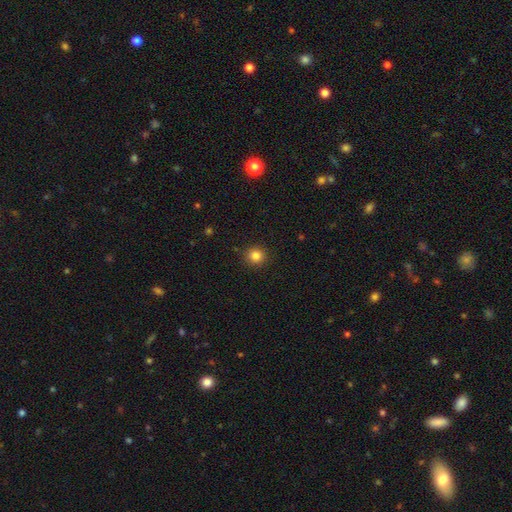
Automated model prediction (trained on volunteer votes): A smooth galaxy with no disk features (84%) that is round (92%).

Vote fractions:
- Smooth or featured? smooth: 84% / star or artifact: 12% / featured or disk: 5%
- How rounded? round: 92% / in between: 7% / cigar-shaped: 1%
- Merging? none: 91% / minor disturbance: 6% / major disturbance: 2% / merger: 1%